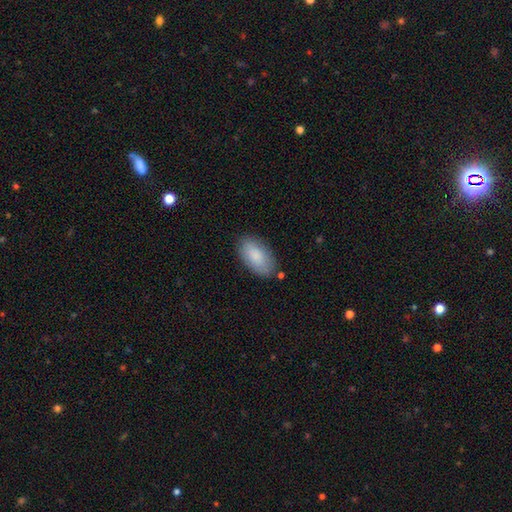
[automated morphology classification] type=smooth (85%); roundness=in between (95%); merging=none (81%).